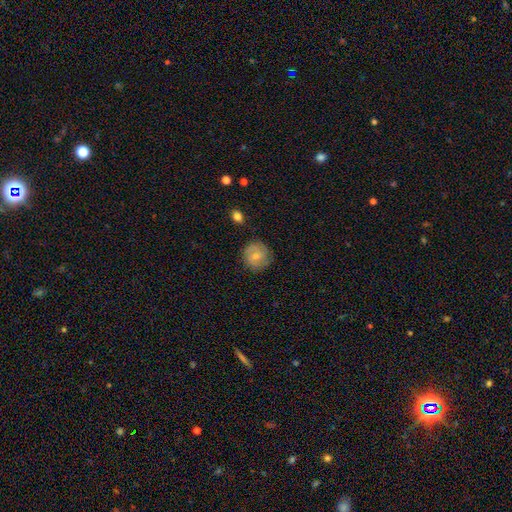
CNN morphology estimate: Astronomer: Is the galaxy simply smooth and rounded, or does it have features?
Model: smooth — 47% (runner-up: featured or disk, 46%).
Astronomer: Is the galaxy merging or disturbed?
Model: none — 79%.